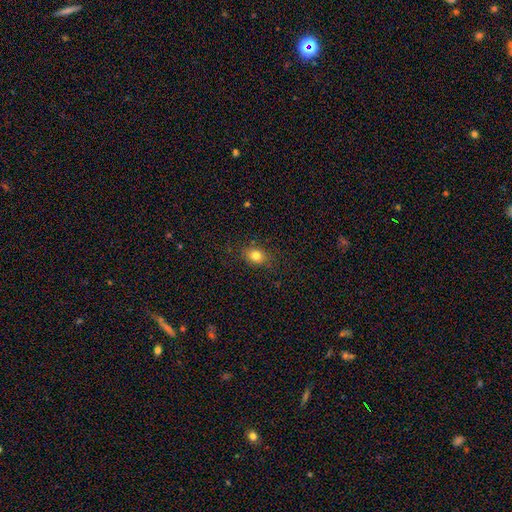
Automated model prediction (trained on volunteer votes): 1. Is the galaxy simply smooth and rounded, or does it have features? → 80% smooth, 12% star or artifact, 8% featured or disk.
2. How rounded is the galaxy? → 54% in between, 45% round, 1% cigar-shaped.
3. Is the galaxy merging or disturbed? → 84% none, 12% minor disturbance, 3% major disturbance, 1% merger.